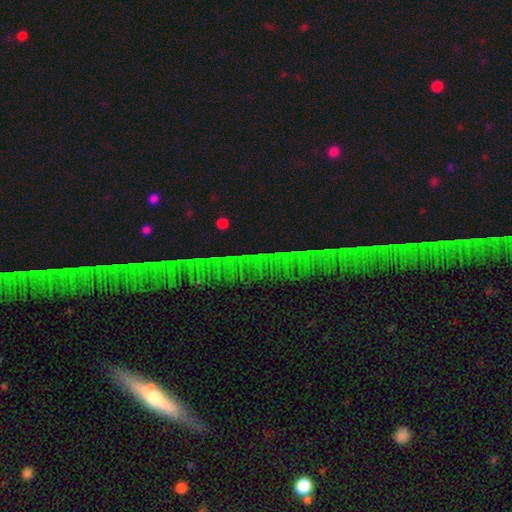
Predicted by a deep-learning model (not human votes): A star or artifact, not a galaxy (73%).